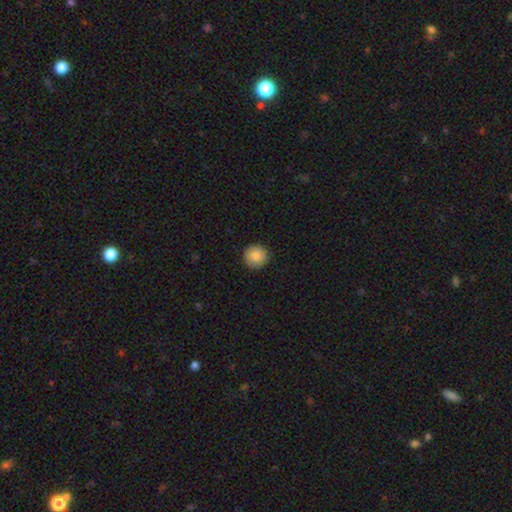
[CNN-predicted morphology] Q: Smooth or featured?
A: smooth (86%); runner-up: star or artifact (8%)
Q: How rounded?
A: round (95%); runner-up: in between (4%)
Q: Merging?
A: none (92%); runner-up: minor disturbance (6%)